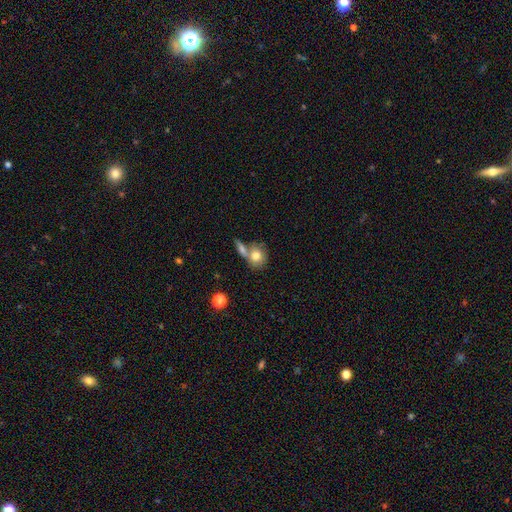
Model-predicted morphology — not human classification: This is likely a smooth galaxy (77%). How rounded: likely round (64%). Merging: marginally merger (43%).